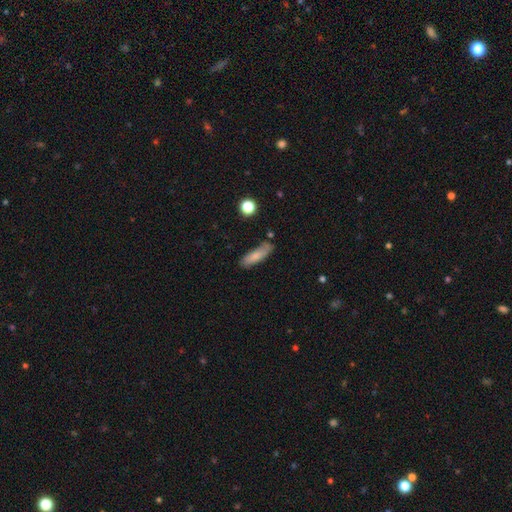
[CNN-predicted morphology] Smooth or featured: smooth — 78% (featured or disk — 15%)
How rounded: cigar-shaped — 57% (in between — 41%)
Merging: none — 74% (minor disturbance — 19%)